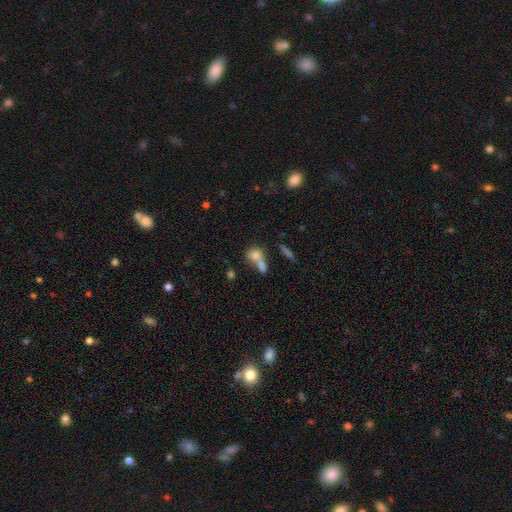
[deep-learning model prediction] Smooth or featured? Predicted: smooth (p=0.75). How rounded? Predicted: round (p=0.50). Merging? Predicted: merger (p=0.52).